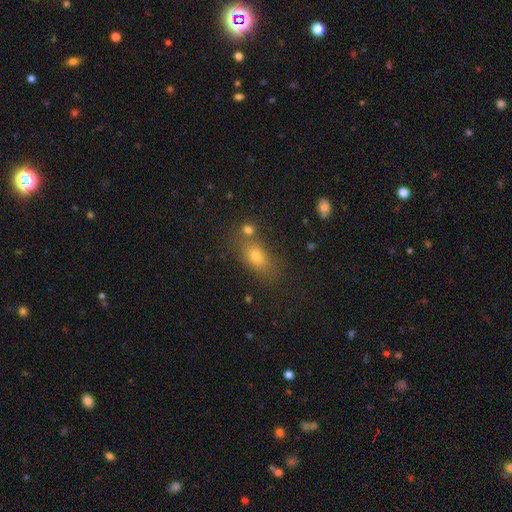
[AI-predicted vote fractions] The model was most divided on "merging": none: 62%, merger: 19%, minor disturbance: 13%, major disturbance: 6%. More confident: how rounded — in between (71%); smooth or featured — smooth (71%).